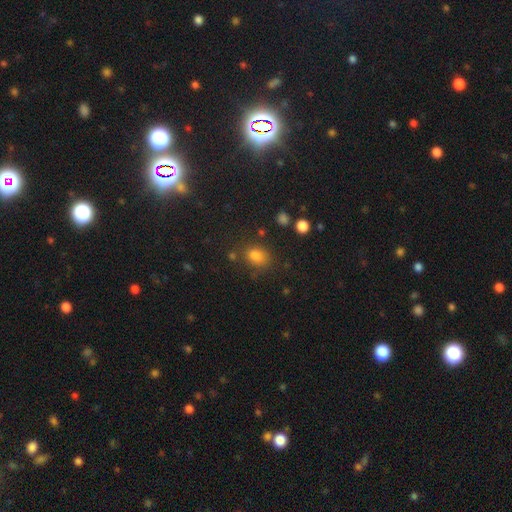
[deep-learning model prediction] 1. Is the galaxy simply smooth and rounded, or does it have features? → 79% smooth, 15% star or artifact, 6% featured or disk.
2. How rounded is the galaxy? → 60% in between, 39% round, 1% cigar-shaped.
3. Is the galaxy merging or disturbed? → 75% none, 15% minor disturbance, 6% merger, 5% major disturbance.